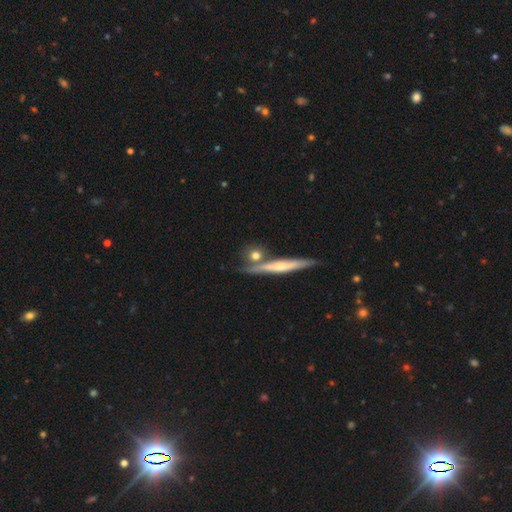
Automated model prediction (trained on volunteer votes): smooth_or_featured: smooth (p=0.61) [alt: featured or disk p=0.31]
how_rounded: round (p=0.66) [alt: cigar-shaped p=0.22]
merging: none (p=0.64) [alt: merger p=0.21]